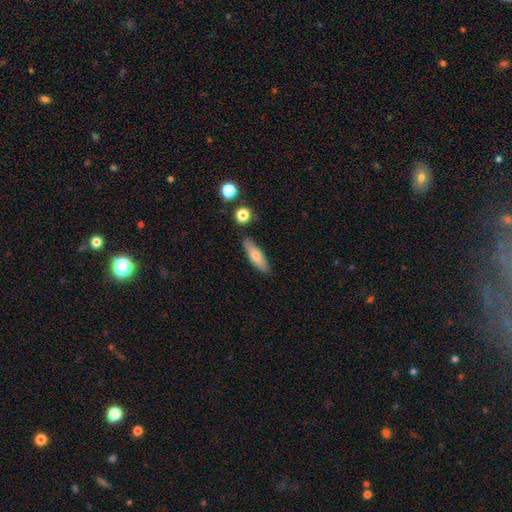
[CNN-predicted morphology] This appears to be a smooth galaxy with no disk features (69%) that is cigar-shaped (52%). Merging: none (83%).